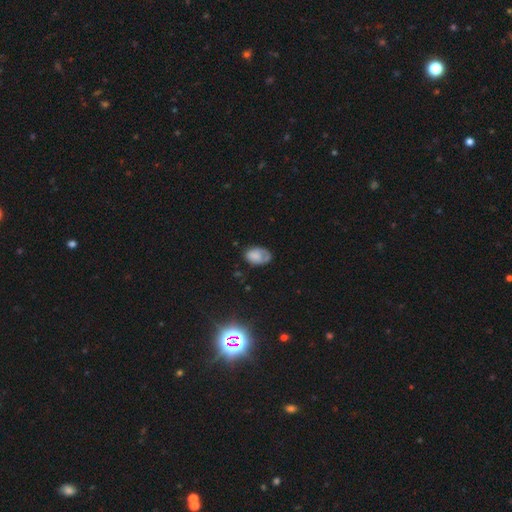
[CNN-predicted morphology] Overall: smooth (71%). How rounded: in between (86%). Merging: none (50%; minor disturbance 32%).